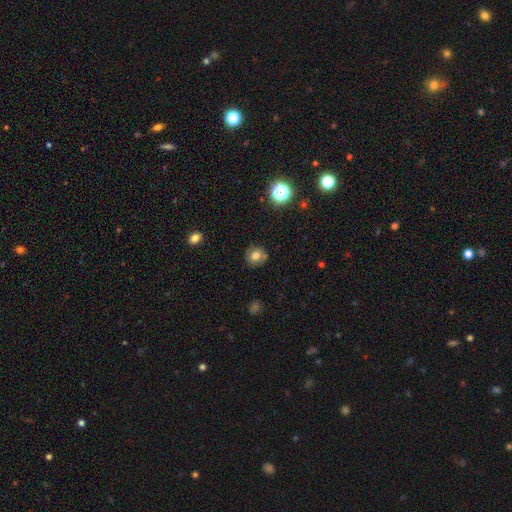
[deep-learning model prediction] Smooth or featured? Predicted: smooth (p=0.71). How rounded? Predicted: round (p=0.83). Merging? Predicted: none (p=0.80).